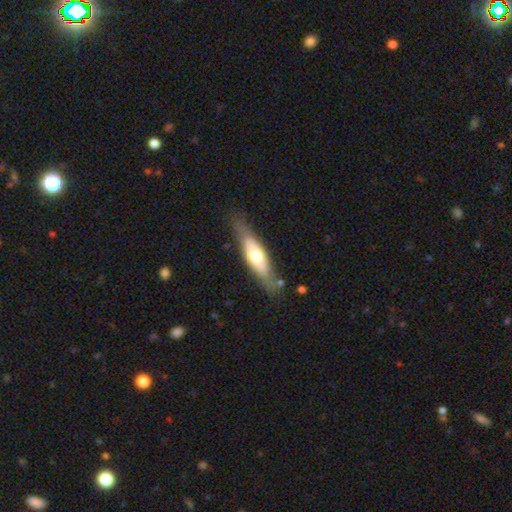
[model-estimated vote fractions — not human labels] smooth 50%, featured or disk 44%, star or artifact 6%. Down the decision tree: how rounded — cigar-shaped (56%); merging — none (74%).